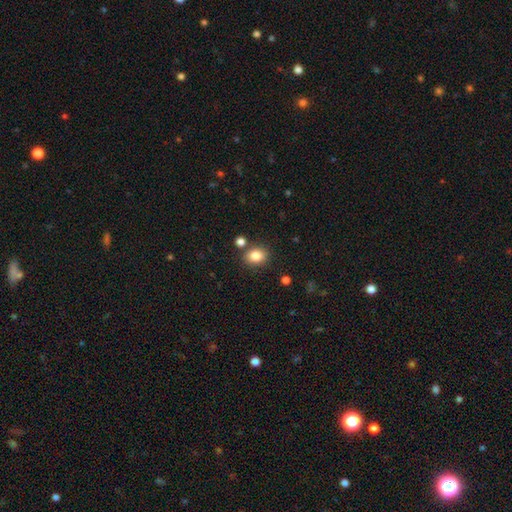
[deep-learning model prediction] smooth-or-featured: smooth: 84% | star or artifact: 10% | featured or disk: 6%
  how-rounded: in between: 54% | round: 45% | cigar-shaped: 1%
  merging: none: 79% | minor disturbance: 10% | merger: 8% | major disturbance: 3%